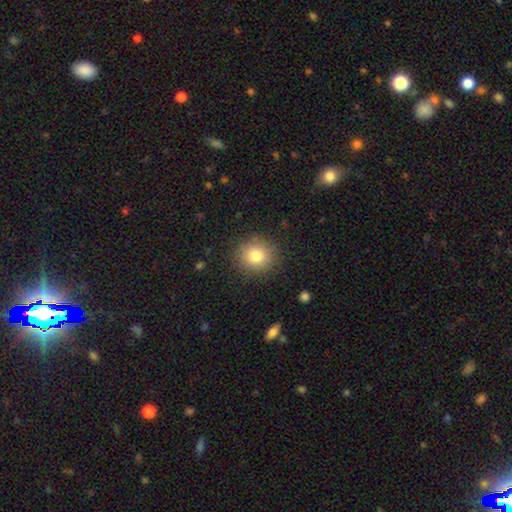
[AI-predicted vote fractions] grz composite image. It shows a smooth galaxy with no disk features (80%) that is round (88%). Merging: none (87%).